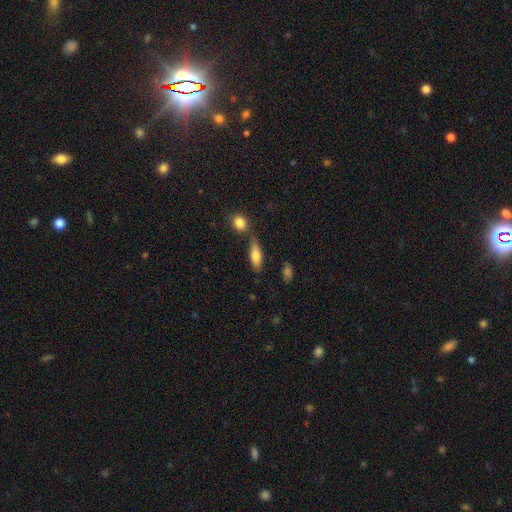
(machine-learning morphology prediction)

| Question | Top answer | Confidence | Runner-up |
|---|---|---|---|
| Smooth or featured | smooth | 75% | featured or disk (18%) |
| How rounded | in between | 63% | cigar-shaped (34%) |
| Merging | none | 66% | minor disturbance (15%) |